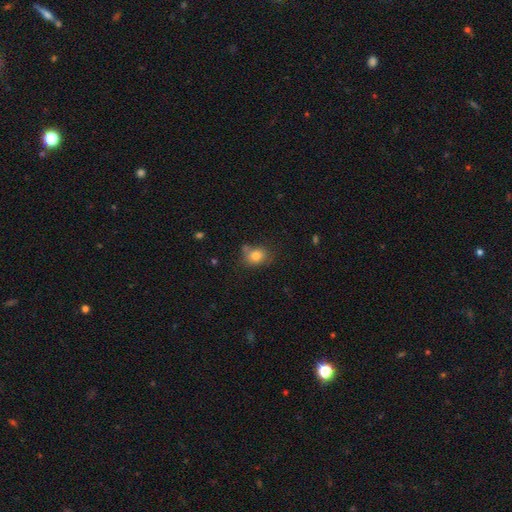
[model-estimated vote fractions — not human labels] smooth_or_featured: smooth (p=0.81) [alt: star or artifact p=0.10]
how_rounded: round (p=0.54) [alt: in between p=0.45]
merging: none (p=0.64) [alt: minor disturbance p=0.21]